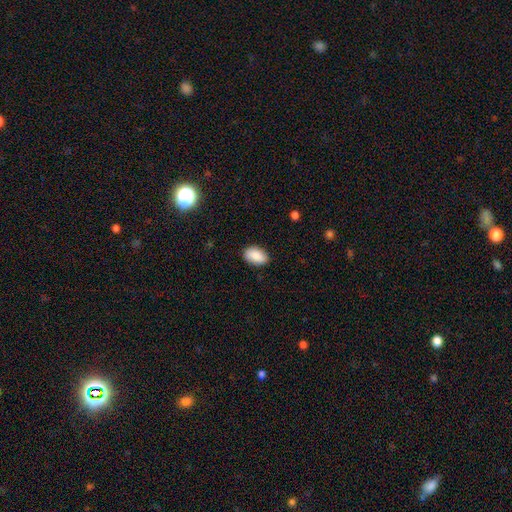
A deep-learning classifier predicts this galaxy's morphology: The model was most divided on "merging": none: 86%, minor disturbance: 11%, major disturbance: 2%, merger: 1%. More confident: how rounded — in between (91%); smooth or featured — smooth (89%).